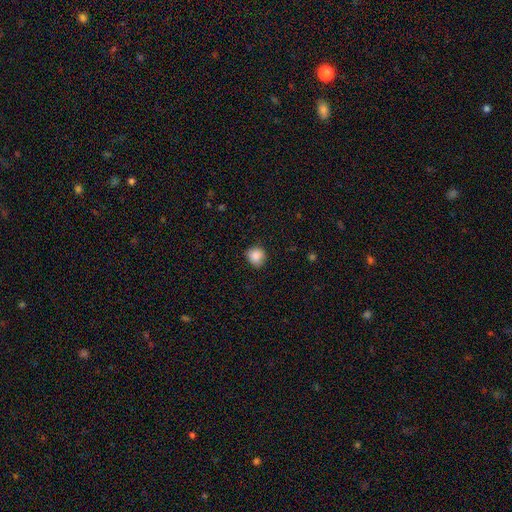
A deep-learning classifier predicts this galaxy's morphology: This appears to be a smooth galaxy with no disk features (87%) that is round (88%). Merging: none (84%).